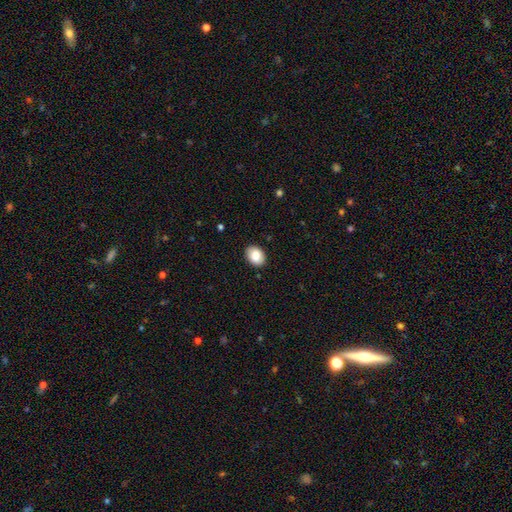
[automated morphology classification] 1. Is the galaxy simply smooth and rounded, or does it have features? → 85% smooth, 8% featured or disk, 7% star or artifact.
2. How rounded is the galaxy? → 71% in between, 29% round, 1% cigar-shaped.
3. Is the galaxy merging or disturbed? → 89% none, 8% minor disturbance, 2% major disturbance, 1% merger.